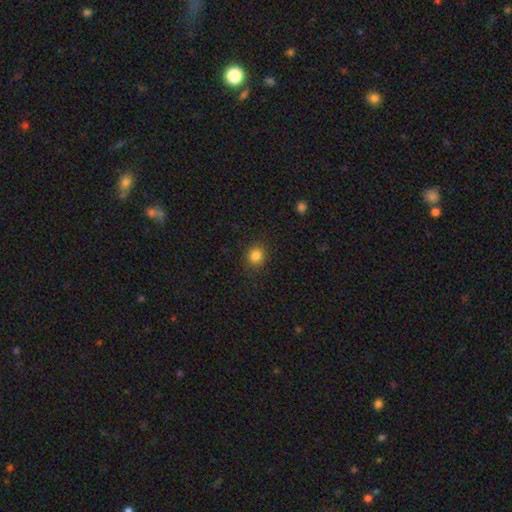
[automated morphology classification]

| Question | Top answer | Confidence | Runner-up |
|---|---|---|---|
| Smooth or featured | smooth | 84% | star or artifact (11%) |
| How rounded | round | 77% | in between (22%) |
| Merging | none | 88% | minor disturbance (8%) |